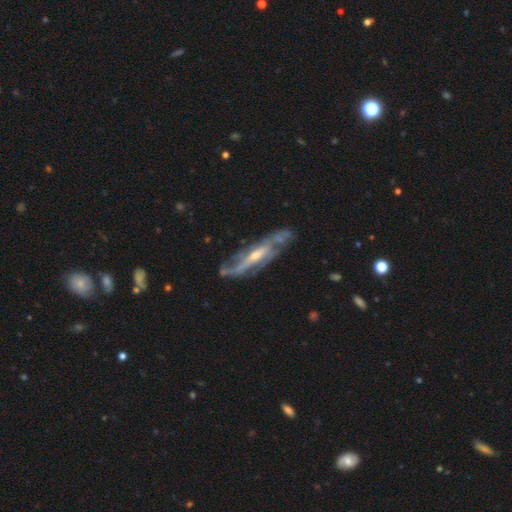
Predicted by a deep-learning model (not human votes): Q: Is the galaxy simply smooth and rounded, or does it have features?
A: featured or disk — 84%.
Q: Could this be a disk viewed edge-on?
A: no — 59%.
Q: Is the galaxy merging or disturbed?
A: none — 68%.